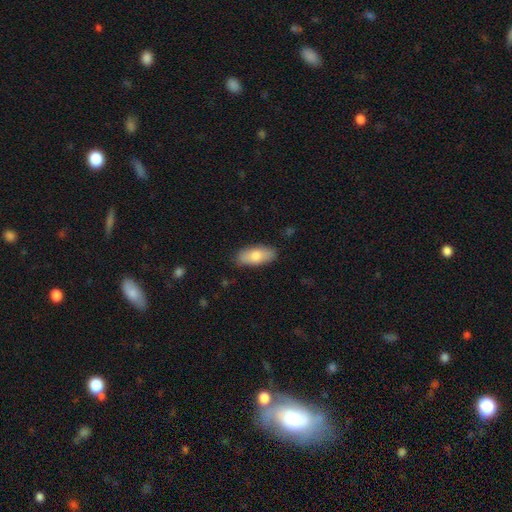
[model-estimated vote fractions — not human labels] Smooth or featured? smooth (78%)
How rounded? in between (86%)
Merging? none (85%)